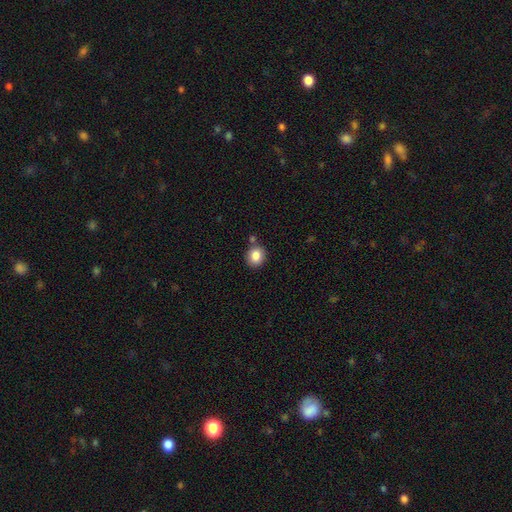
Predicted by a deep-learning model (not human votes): Overall: smooth (86%). How rounded: round (73%). Merging: none (78%).